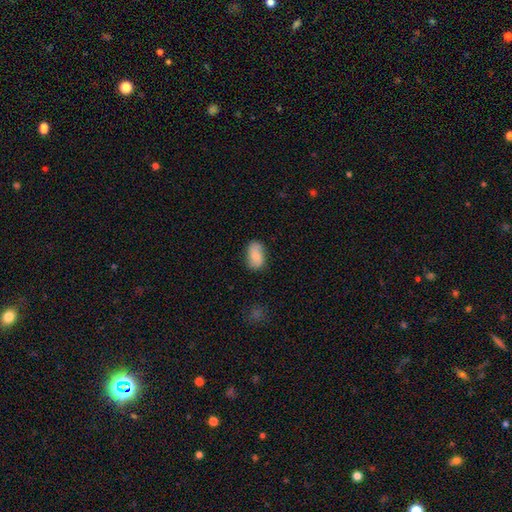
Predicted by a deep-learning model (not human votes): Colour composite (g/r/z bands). It shows a smooth galaxy with no disk features (66%) that is in between round and cigar-shaped (89%). Merging: none (74%).